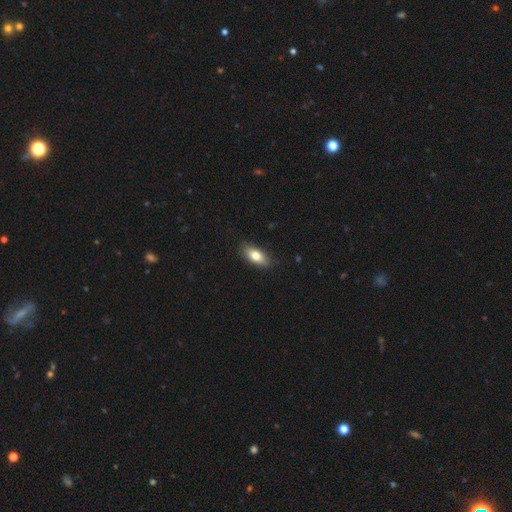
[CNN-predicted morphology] Smooth or featured?
  - smooth: 78% *
  - featured or disk: 15%
  - star or artifact: 7%
How rounded?
  - in between: 84% *
  - cigar-shaped: 12%
  - round: 3%
Merging?
  - none: 85% *
  - minor disturbance: 12%
  - major disturbance: 2%
  - merger: 1%